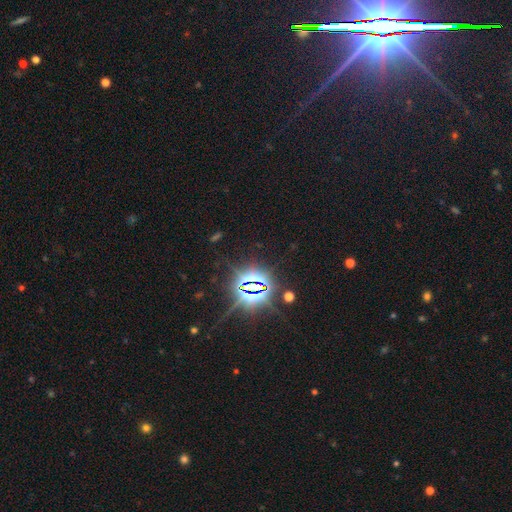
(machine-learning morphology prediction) smooth-or-featured: star or artifact: 86% | smooth: 7% | featured or disk: 6%